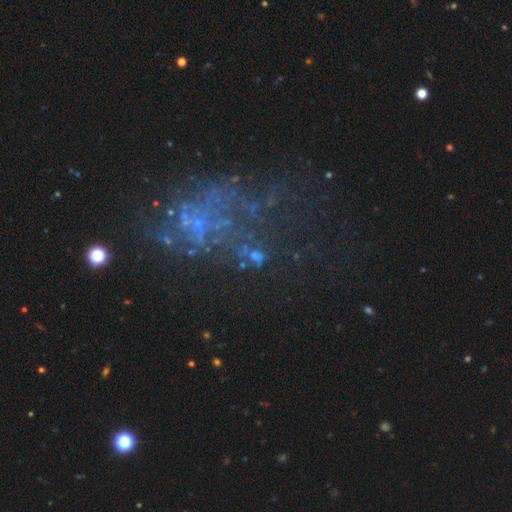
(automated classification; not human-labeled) This appears to be a star or artifact, not a galaxy (44%).